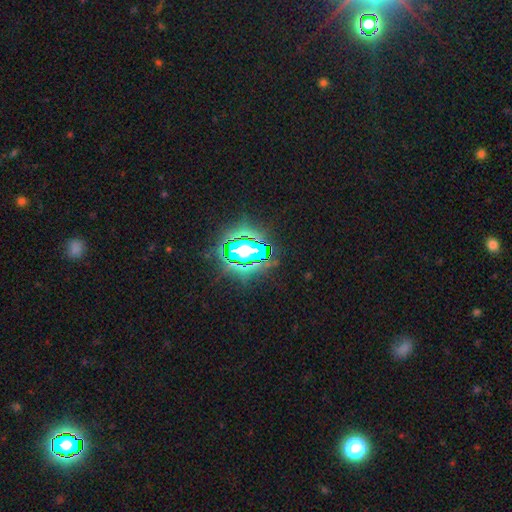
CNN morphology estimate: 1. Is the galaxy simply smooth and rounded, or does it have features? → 80% star or artifact, 11% smooth, 9% featured or disk.